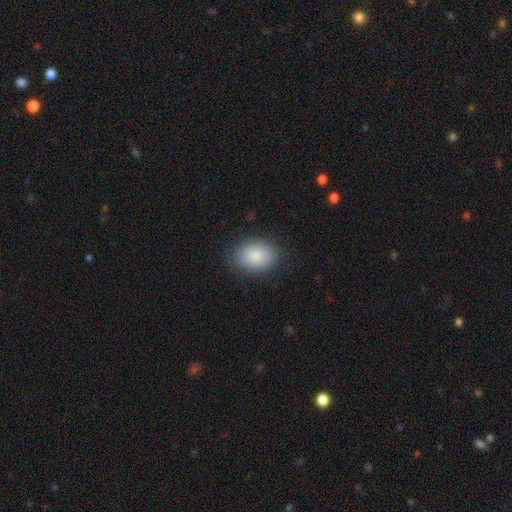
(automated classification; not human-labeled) Q: Smooth or featured?
A: smooth (85%); runner-up: featured or disk (8%)
Q: How rounded?
A: in between (58%); runner-up: round (41%)
Q: Merging?
A: none (84%); runner-up: minor disturbance (12%)